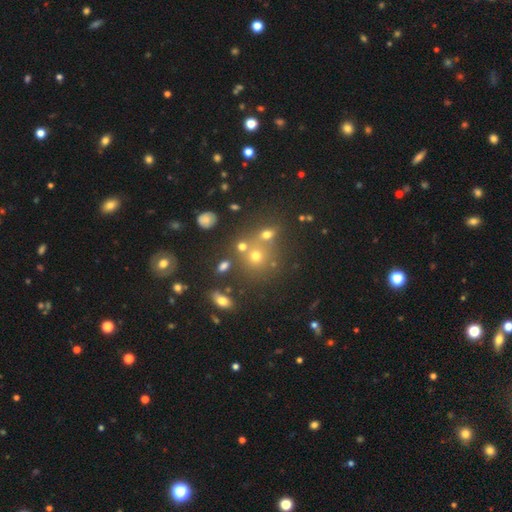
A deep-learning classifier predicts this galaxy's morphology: The model was most divided on "smooth or featured": smooth: 51%, star or artifact: 35%, featured or disk: 15%. More confident: how rounded — round (85%); merging — none (58%).